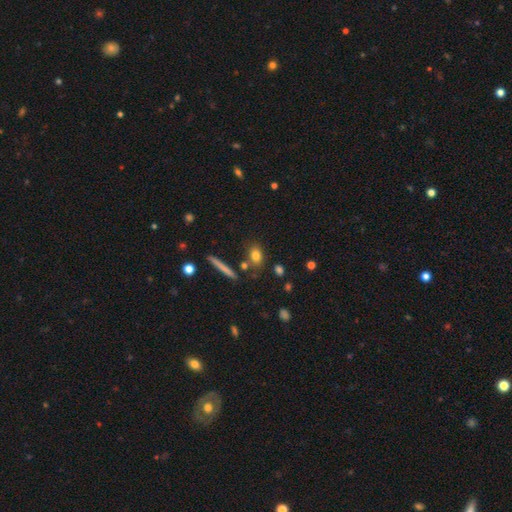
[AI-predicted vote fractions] smooth-or-featured: smooth: 79% | featured or disk: 11% | star or artifact: 10%
  how-rounded: in between: 60% | round: 27% | cigar-shaped: 13%
  merging: none: 73% | minor disturbance: 13% | merger: 10% | major disturbance: 4%